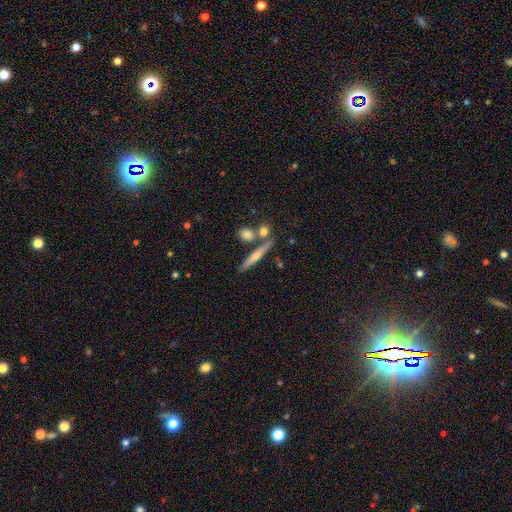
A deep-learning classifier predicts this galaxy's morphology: Overall: featured or disk (57%; smooth 35%). Edge-on disk: yes (94%). Edge-on bulge: rounded (74%). Merging: none (74%).